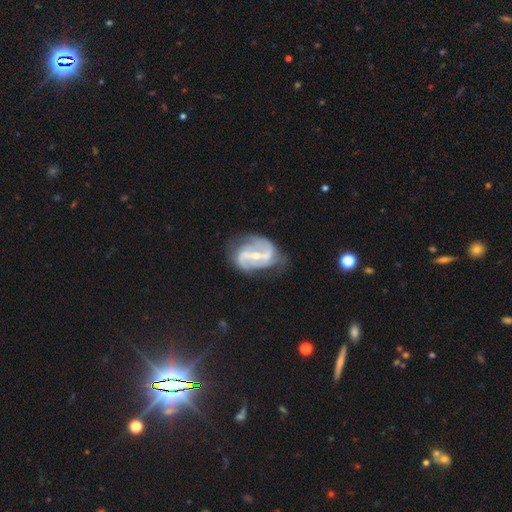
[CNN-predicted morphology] This is clearly a featured or disk galaxy (87%). It is clearly not viewed edge-on (97%). Bar: possibly strong (58%). Spiral arm pattern: clearly yes (91%). Spiral arm count: clearly 2 (81%). Spiral winding: marginally medium (44%). Central bulge: possibly small (60%). Merging: possibly none (56%).